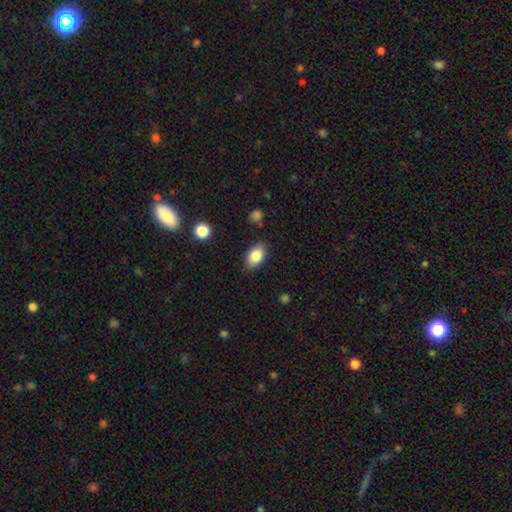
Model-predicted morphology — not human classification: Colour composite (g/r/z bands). It shows a smooth galaxy with no disk features (83%) that is in between round and cigar-shaped (90%). Merging: none (85%).